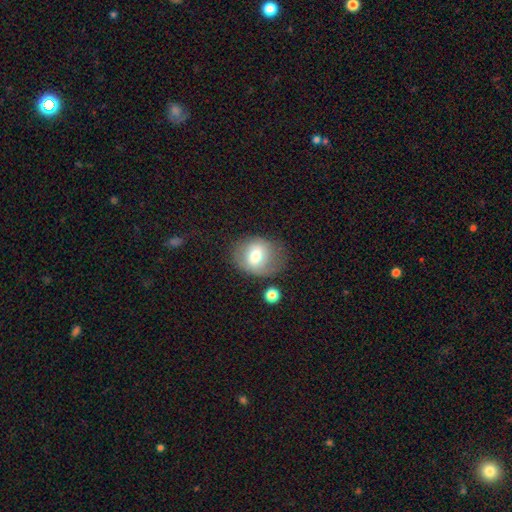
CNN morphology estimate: Q: Smooth or featured?
A: smooth (62%); runner-up: featured or disk (29%)
Q: How rounded?
A: round (61%); runner-up: in between (39%)
Q: Merging?
A: none (56%); runner-up: minor disturbance (26%)